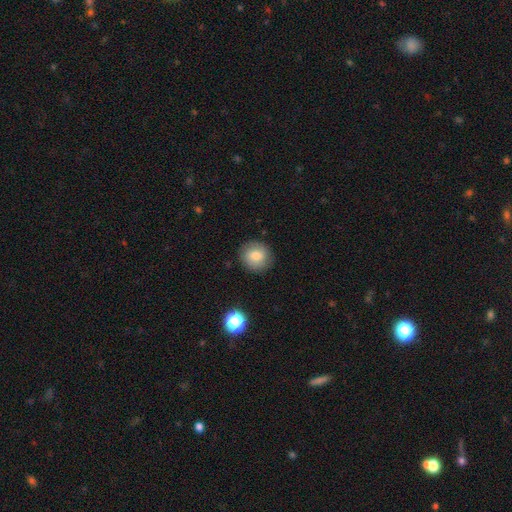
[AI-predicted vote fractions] A smooth galaxy with no disk features (78%) that is round (90%). Merging: none (88%).